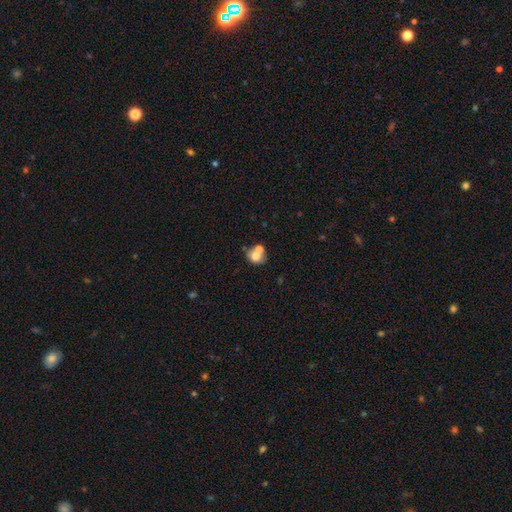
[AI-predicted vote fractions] Q: Smooth or featured?
A: smooth (69%); runner-up: featured or disk (20%)
Q: How rounded?
A: round (71%); runner-up: in between (28%)
Q: Merging?
A: merger (46%); runner-up: none (41%)